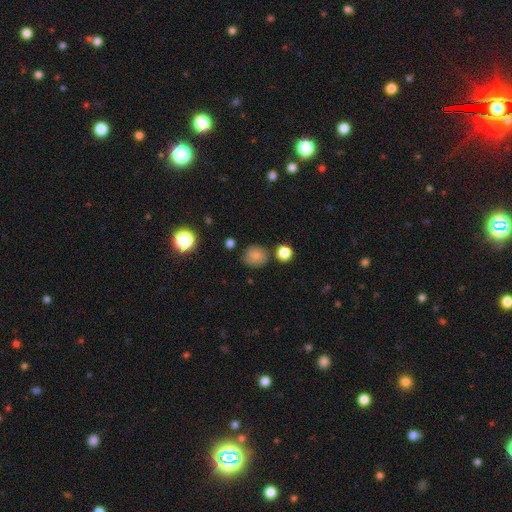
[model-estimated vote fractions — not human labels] A smooth galaxy with no disk features (81%) that is round (74%).

Vote fractions:
- Smooth or featured? smooth: 81% / star or artifact: 13% / featured or disk: 6%
- How rounded? round: 74% / in between: 25% / cigar-shaped: 1%
- Merging? none: 75% / minor disturbance: 15% / merger: 6% / major disturbance: 4%